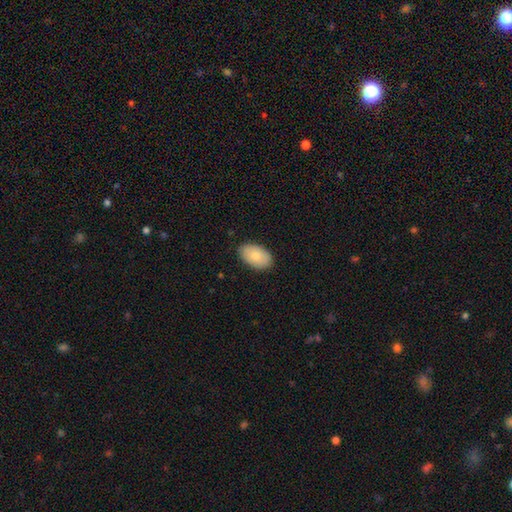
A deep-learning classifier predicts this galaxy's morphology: Smooth or featured? smooth (80%)
How rounded? in between (93%)
Merging? none (86%)